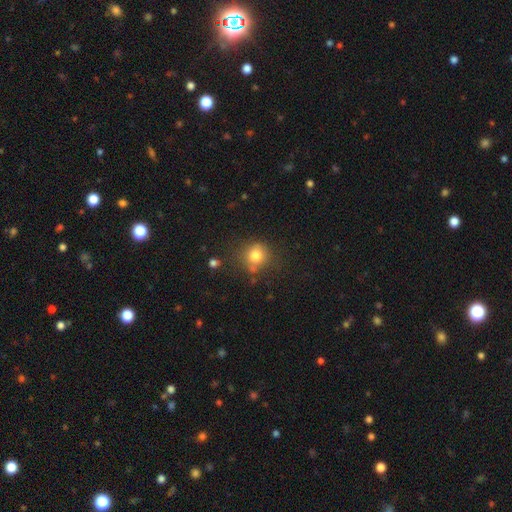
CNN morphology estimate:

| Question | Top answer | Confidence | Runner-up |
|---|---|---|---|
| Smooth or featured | smooth | 79% | star or artifact (12%) |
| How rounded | round | 86% | in between (13%) |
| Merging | none | 72% | minor disturbance (17%) |